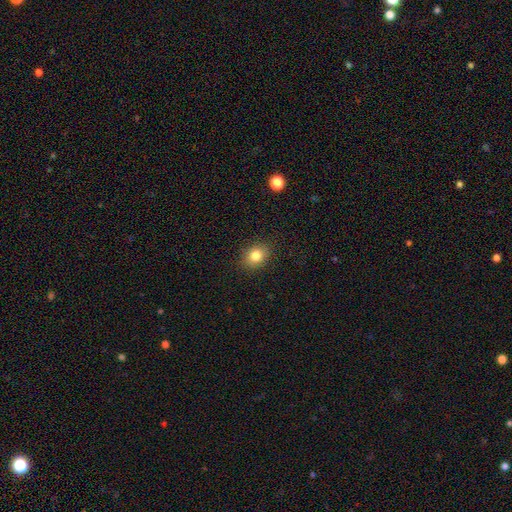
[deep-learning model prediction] Smooth or featured? Predicted: smooth (p=0.83). How rounded? Predicted: in between (p=0.60). Merging? Predicted: none (p=0.88).